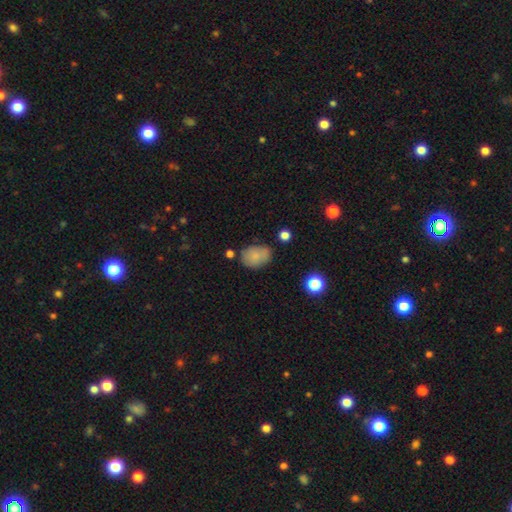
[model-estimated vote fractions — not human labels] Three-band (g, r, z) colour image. It shows a smooth galaxy with no disk features (83%) that is in between round and cigar-shaped (79%). Merging: none (69%).